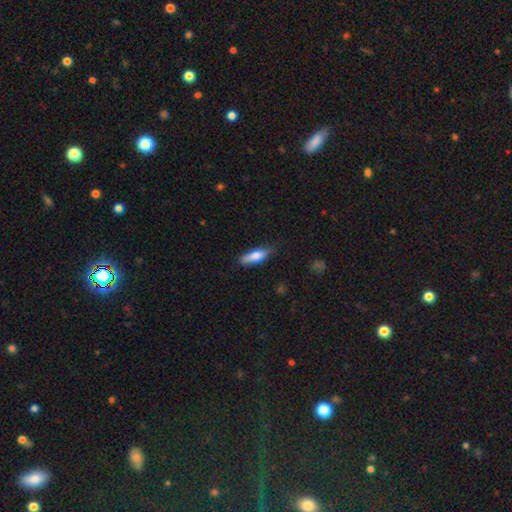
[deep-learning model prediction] Overall: smooth (77%). How rounded: cigar-shaped (49%, tied with in between). Merging: none (71%).